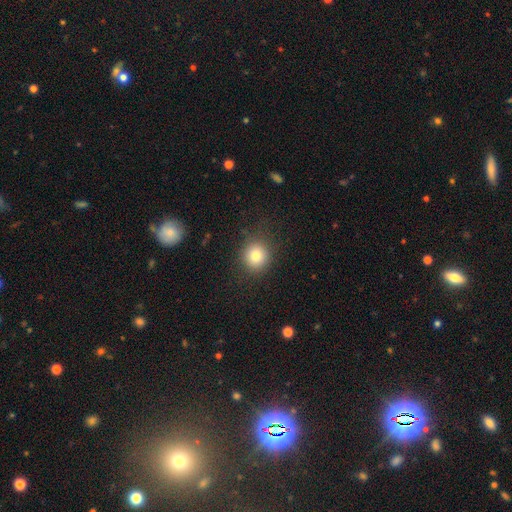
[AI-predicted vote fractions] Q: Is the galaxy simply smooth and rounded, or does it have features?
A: smooth — 80%.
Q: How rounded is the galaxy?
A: round — 88%.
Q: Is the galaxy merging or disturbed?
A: none — 86%.